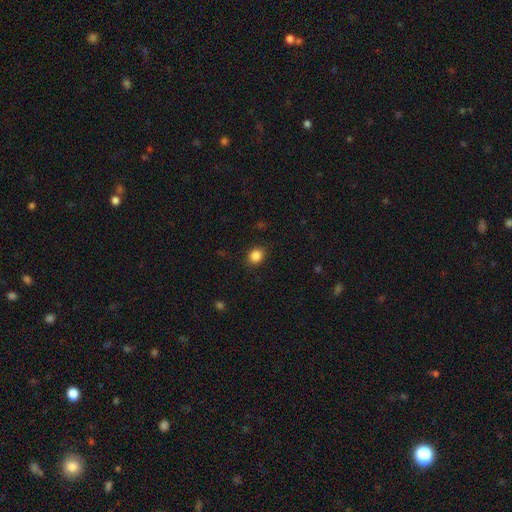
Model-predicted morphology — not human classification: smooth 86%, star or artifact 10%, featured or disk 4%. Down the decision tree: how rounded — round (61%); merging — none (88%).